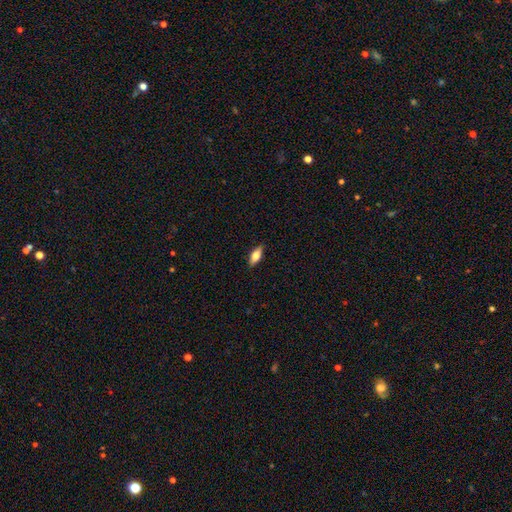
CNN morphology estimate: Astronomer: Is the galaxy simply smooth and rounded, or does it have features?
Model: smooth — 75%.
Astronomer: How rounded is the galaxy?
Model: in between — 80%.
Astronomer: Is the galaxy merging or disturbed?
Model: none — 88%.